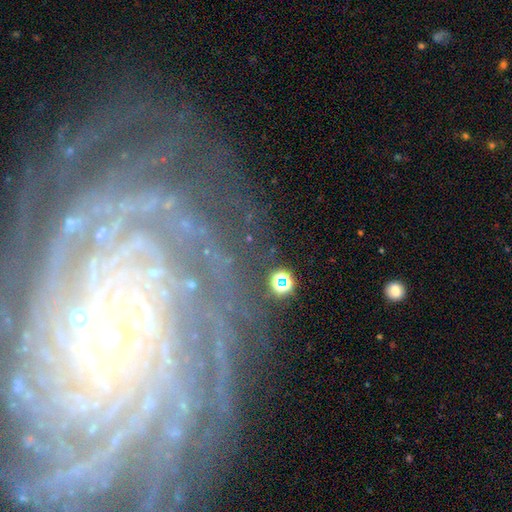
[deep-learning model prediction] The model was most divided on "spiral arm count": more than 4: 44%, 4: 15%, can't tell: 15%, 3: 9%, 2: 9%, 1: 8%. More confident: spiral arms — yes (98%); edge-on disk — no (97%); smooth or featured — featured or disk (88%); spiral winding — tight (85%); merging — none (80%); bulge size — small (78%); bar — no (69%).